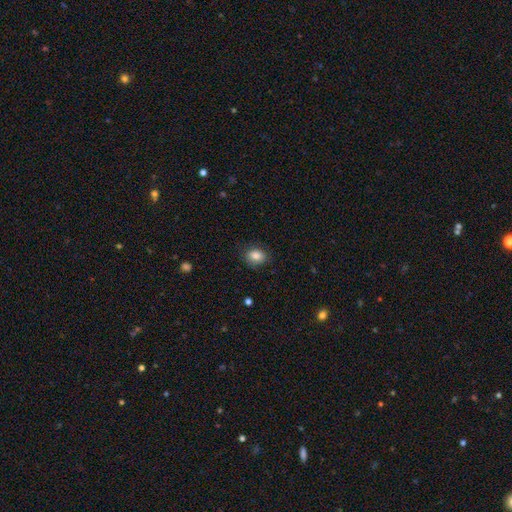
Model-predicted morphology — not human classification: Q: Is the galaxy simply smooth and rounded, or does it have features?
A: smooth — 85%.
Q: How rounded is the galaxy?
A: in between — 58%.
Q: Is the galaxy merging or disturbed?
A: none — 81%.